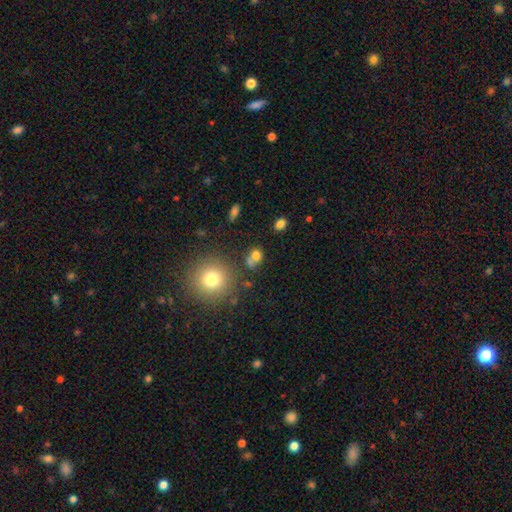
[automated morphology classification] Smooth or featured?
  - smooth: 73% *
  - star or artifact: 16%
  - featured or disk: 11%
How rounded?
  - round: 70% *
  - in between: 29%
  - cigar-shaped: 1%
Merging?
  - none: 49% *
  - merger: 35%
  - minor disturbance: 11%
  - major disturbance: 6%